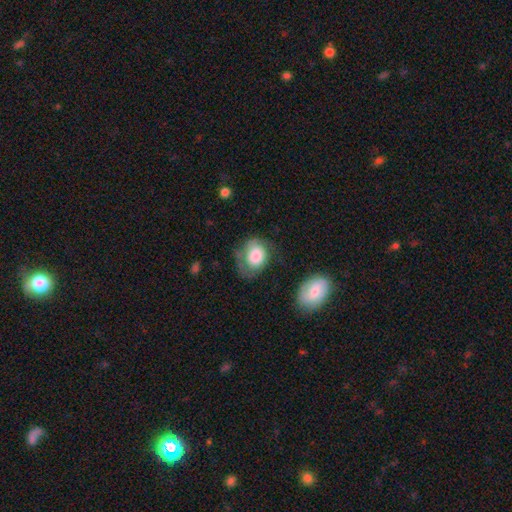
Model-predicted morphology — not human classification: Overall: smooth (67%). How rounded: round (50%; in between 49%). Merging: none (43%; minor disturbance 29%).